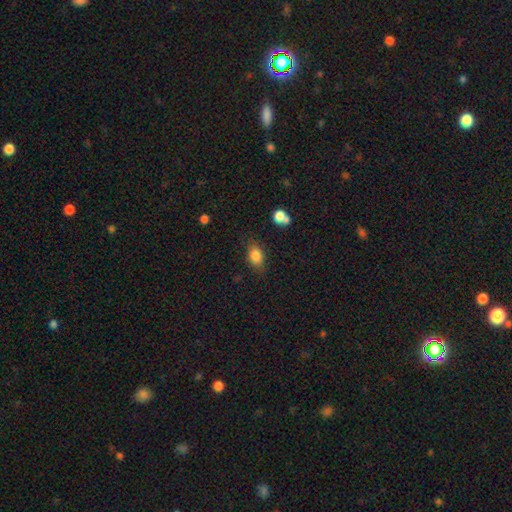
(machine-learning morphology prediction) Smooth or featured?
  - smooth: 82% *
  - star or artifact: 9%
  - featured or disk: 9%
How rounded?
  - in between: 79% *
  - round: 19%
  - cigar-shaped: 3%
Merging?
  - none: 77% *
  - minor disturbance: 17%
  - major disturbance: 4%
  - merger: 3%